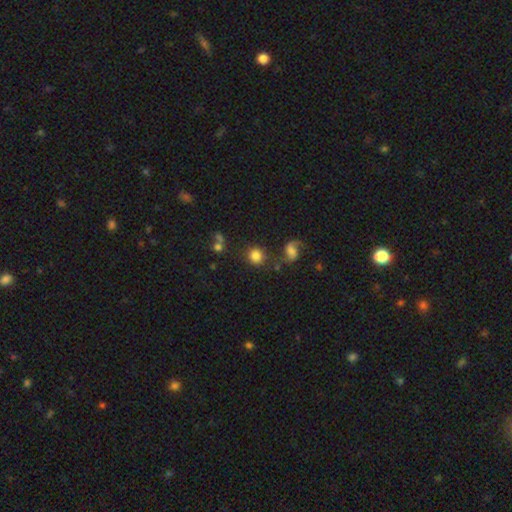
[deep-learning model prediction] smooth_or_featured: smooth (p=0.78) [alt: featured or disk p=0.12]
how_rounded: round (p=0.90) [alt: in between p=0.09]
merging: none (p=0.75) [alt: minor disturbance p=0.10]